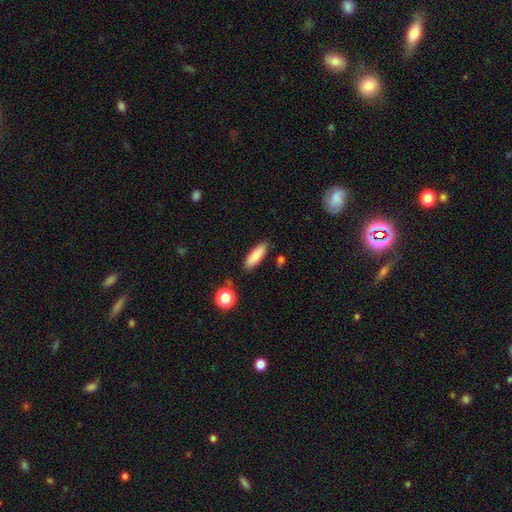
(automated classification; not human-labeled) Smooth or featured? smooth (83%)
How rounded? in between (55%)
Merging? none (83%)